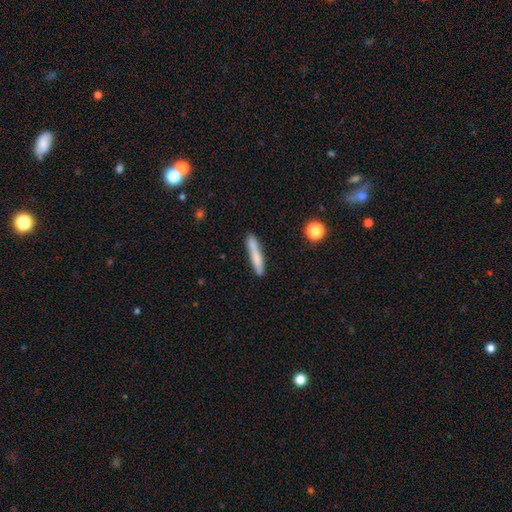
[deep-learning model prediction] Smooth or featured: smooth — 73% (featured or disk — 21%)
How rounded: cigar-shaped — 93% (in between — 5%)
Merging: none — 80% (minor disturbance — 13%)